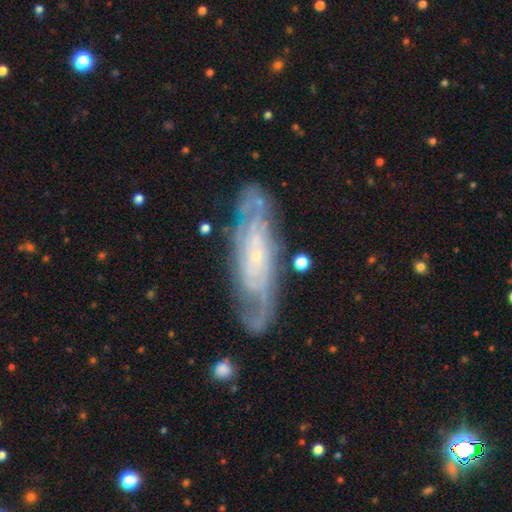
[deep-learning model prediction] Smooth or featured: featured or disk — 81% (smooth — 13%)
Edge-on disk: no — 84% (yes — 16%)
Bar: no — 69% (weak — 24%)
Spiral arms: yes — 91% (no — 9%)
Spiral winding: tight — 61% (medium — 30%)
Spiral arm count: can't tell — 45% (2 — 30%)
Bulge size: small — 84% (moderate — 10%)
Merging: none — 74% (minor disturbance — 17%)